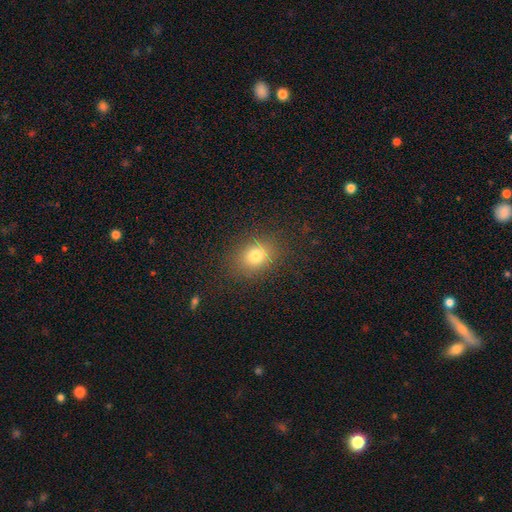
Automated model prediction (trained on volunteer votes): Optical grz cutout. It shows a smooth galaxy with no disk features (78%) that is in between round and cigar-shaped (54%). Merging: none (83%).